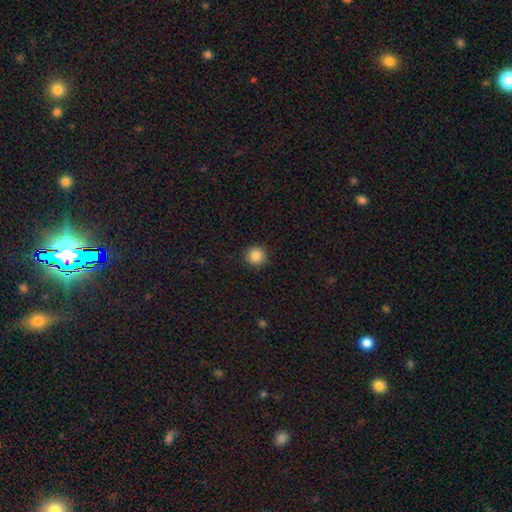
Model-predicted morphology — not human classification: Smooth or featured: smooth — 86% (star or artifact — 10%)
How rounded: round — 93% (in between — 6%)
Merging: none — 91% (minor disturbance — 6%)